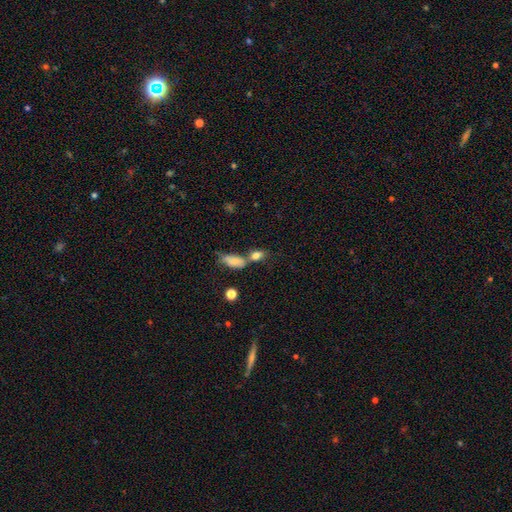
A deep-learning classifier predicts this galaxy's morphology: This is likely a smooth galaxy (77%). How rounded: likely in between (74%). Merging: marginally merger (43%).